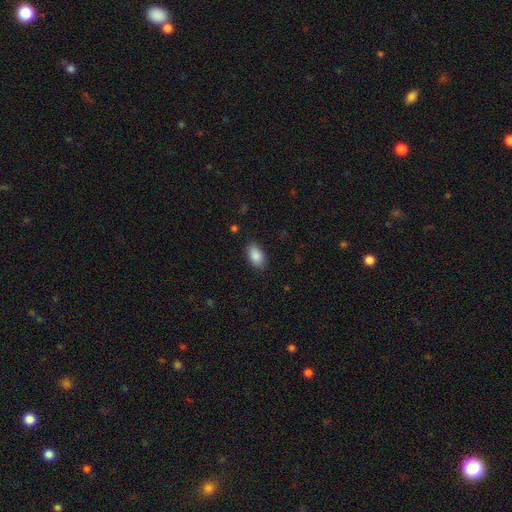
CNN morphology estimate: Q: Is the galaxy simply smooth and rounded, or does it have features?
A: smooth — 88%.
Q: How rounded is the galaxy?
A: in between — 93%.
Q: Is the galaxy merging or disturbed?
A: none — 86%.